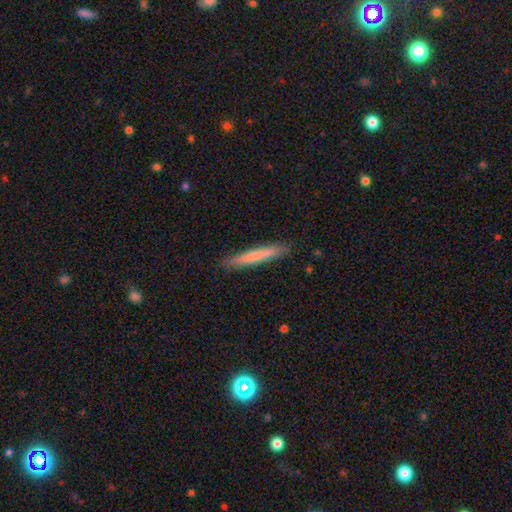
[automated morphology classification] Smooth or featured? Predicted: smooth (p=0.68). How rounded? Predicted: cigar-shaped (p=0.95). Merging? Predicted: none (p=0.90).